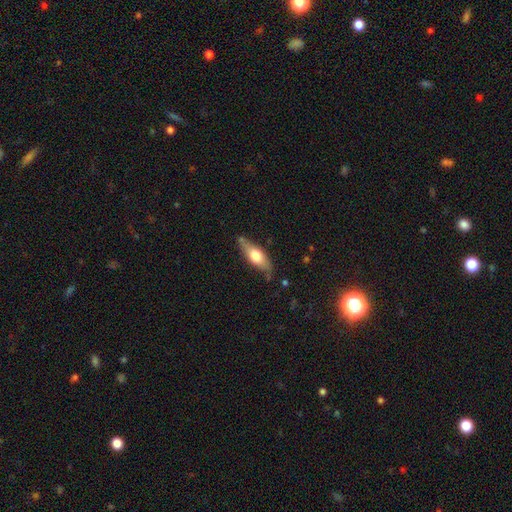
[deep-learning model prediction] Q: Smooth or featured?
A: smooth (54%); runner-up: featured or disk (41%)
Q: How rounded?
A: in between (57%); runner-up: cigar-shaped (40%)
Q: Merging?
A: none (74%); runner-up: minor disturbance (19%)